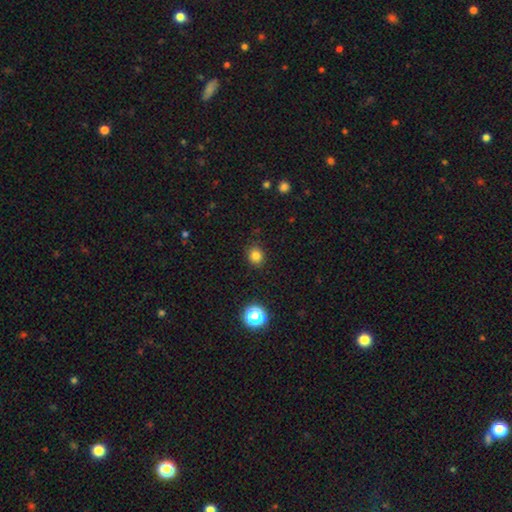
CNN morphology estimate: smooth-or-featured: smooth: 81% | star or artifact: 14% | featured or disk: 5%
  how-rounded: round: 74% | in between: 25% | cigar-shaped: 1%
  merging: none: 88% | minor disturbance: 8% | major disturbance: 2% | merger: 1%